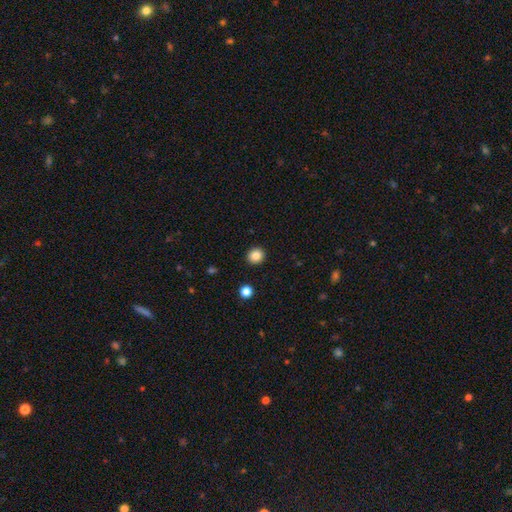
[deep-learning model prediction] Smooth or featured: smooth — 85% (star or artifact — 10%)
How rounded: round — 89% (in between — 10%)
Merging: none — 92% (minor disturbance — 5%)